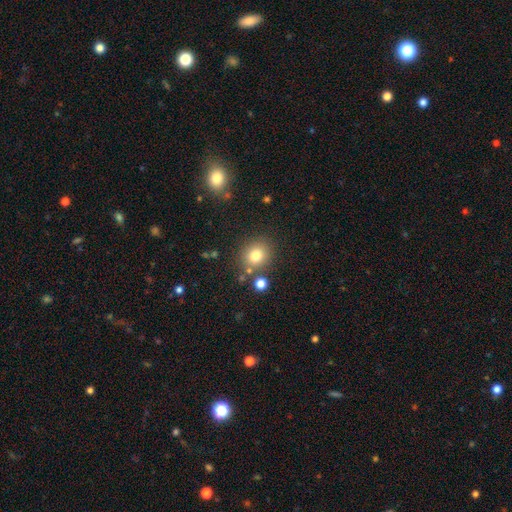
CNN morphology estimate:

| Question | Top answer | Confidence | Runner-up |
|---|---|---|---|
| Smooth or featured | smooth | 79% | star or artifact (13%) |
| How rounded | round | 82% | in between (17%) |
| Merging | none | 80% | minor disturbance (9%) |